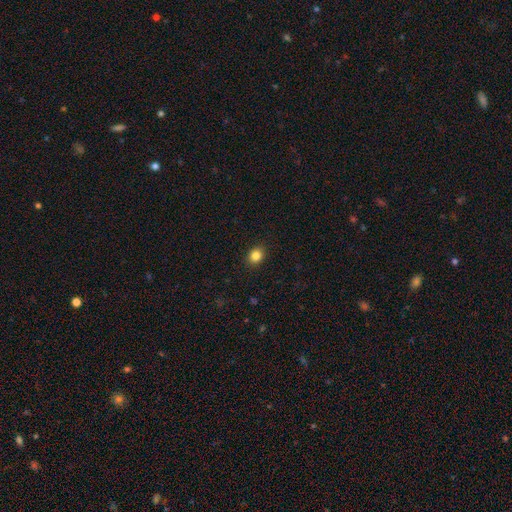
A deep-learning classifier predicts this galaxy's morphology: The model was most divided on "how rounded": round: 66%, in between: 33%, cigar-shaped: 1%. More confident: merging — none (90%); smooth or featured — smooth (84%).